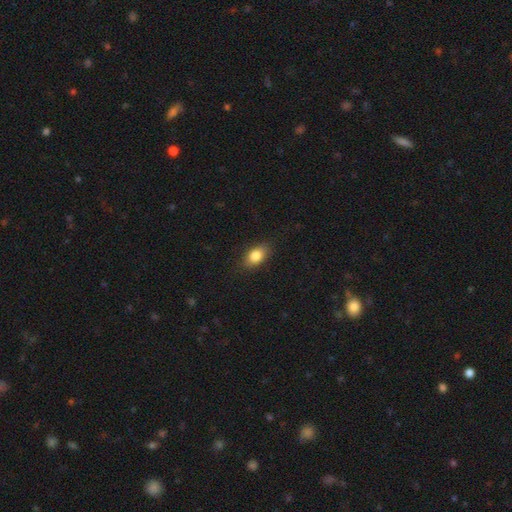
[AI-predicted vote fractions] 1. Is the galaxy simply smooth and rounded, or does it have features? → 83% smooth, 8% featured or disk, 8% star or artifact.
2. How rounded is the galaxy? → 84% in between, 13% round, 3% cigar-shaped.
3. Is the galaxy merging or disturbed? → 85% none, 11% minor disturbance, 3% major disturbance, 1% merger.